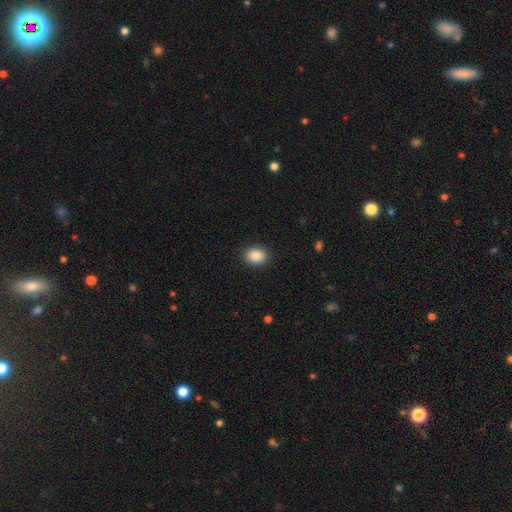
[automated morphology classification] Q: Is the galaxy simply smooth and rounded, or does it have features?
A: smooth — 90%.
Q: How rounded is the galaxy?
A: in between — 68%.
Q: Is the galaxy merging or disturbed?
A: none — 89%.